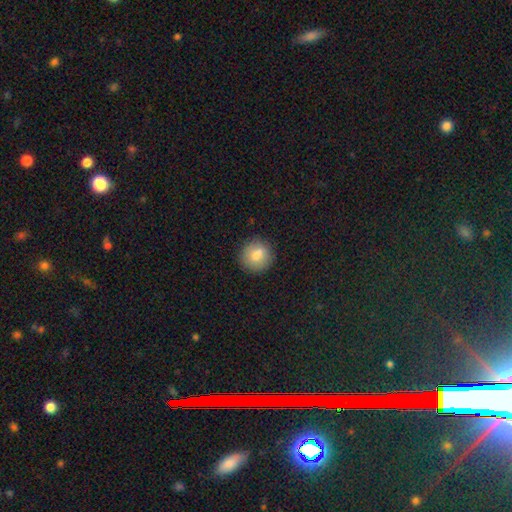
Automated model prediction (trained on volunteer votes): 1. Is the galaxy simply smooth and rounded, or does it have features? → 77% smooth, 14% featured or disk, 9% star or artifact.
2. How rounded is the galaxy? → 87% round, 11% in between, 1% cigar-shaped.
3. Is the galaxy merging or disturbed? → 85% none, 10% minor disturbance, 3% major disturbance, 2% merger.